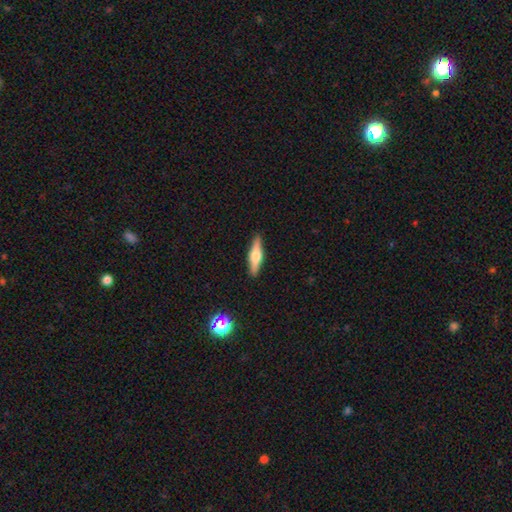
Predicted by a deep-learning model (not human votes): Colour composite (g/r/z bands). It shows a featured or disk galaxy (53%) viewed edge-on (95%) with a rounded central bulge (92%). Merging: none (91%).